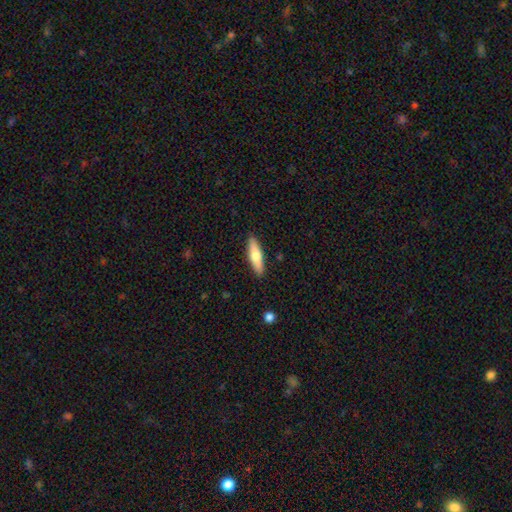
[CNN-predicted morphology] type=smooth (62%); roundness=cigar-shaped (69%); merging=none (90%).